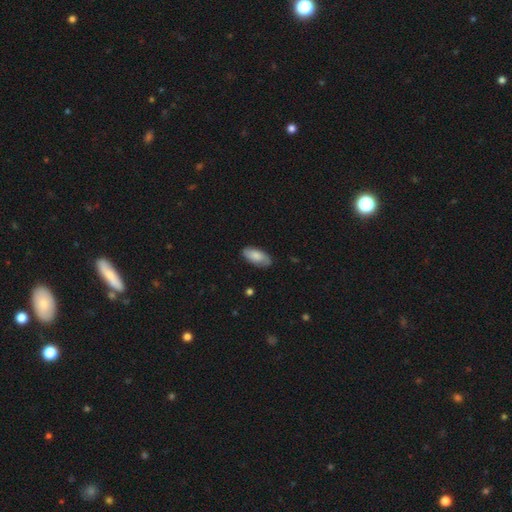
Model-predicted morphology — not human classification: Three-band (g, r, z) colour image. It shows a smooth galaxy with no disk features (74%) that is in between round and cigar-shaped (90%). Merging: none (81%).